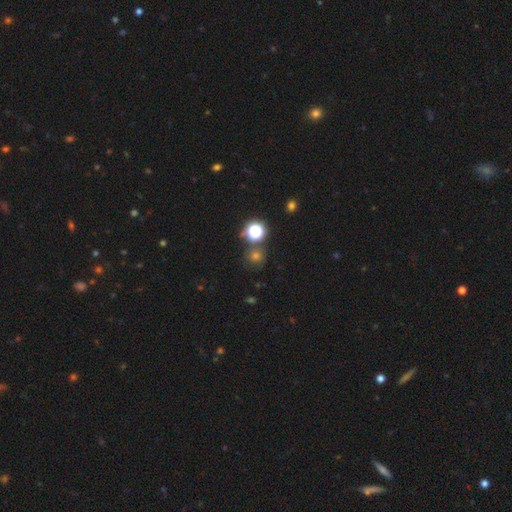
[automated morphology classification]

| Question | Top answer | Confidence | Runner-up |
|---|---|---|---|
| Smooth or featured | smooth | 53% | star or artifact (39%) |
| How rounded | round | 90% | in between (9%) |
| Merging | none | 77% | merger (11%) |